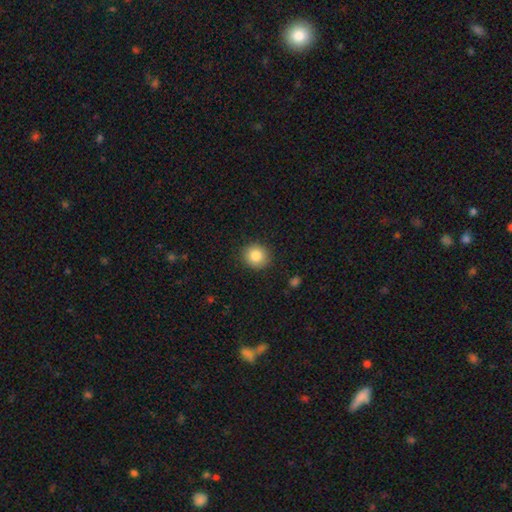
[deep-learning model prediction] Smooth or featured? Predicted: smooth (p=0.85). How rounded? Predicted: round (p=0.86). Merging? Predicted: none (p=0.89).